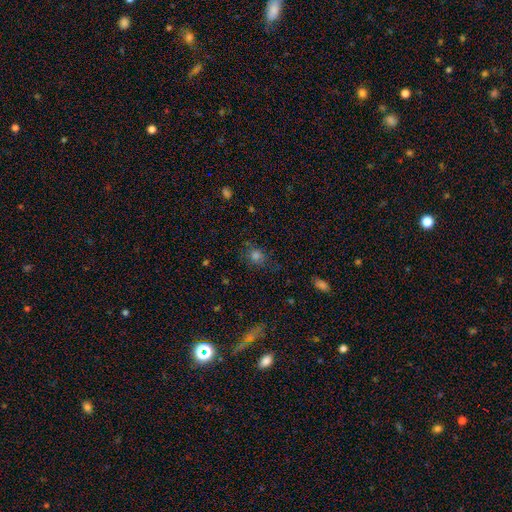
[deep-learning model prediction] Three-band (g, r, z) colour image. It shows a smooth galaxy with no disk features (72%) that is round (71%). Merging: none (74%).